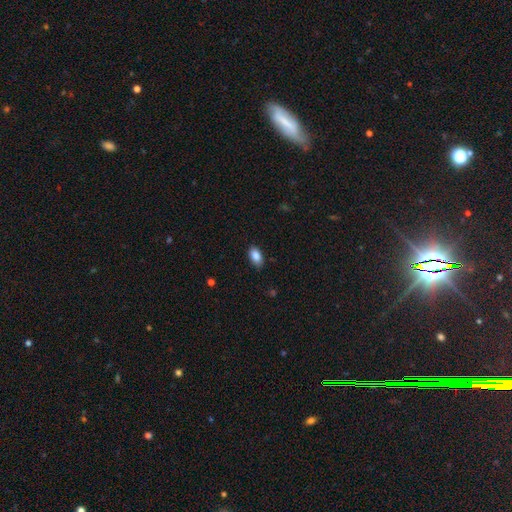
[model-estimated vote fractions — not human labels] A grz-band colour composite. It shows a smooth galaxy with no disk features (87%) that is in between round and cigar-shaped (91%). Merging: none (83%).